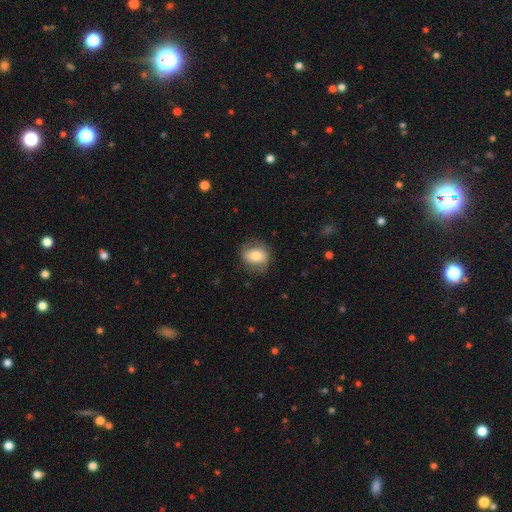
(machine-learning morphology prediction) A smooth galaxy with no disk features (70%) that is in between round and cigar-shaped (52%).

Vote fractions:
- Smooth or featured? smooth: 70% / featured or disk: 23% / star or artifact: 8%
- How rounded? in between: 52% / round: 46% / cigar-shaped: 1%
- Merging? none: 73% / minor disturbance: 19% / major disturbance: 7% / merger: 1%